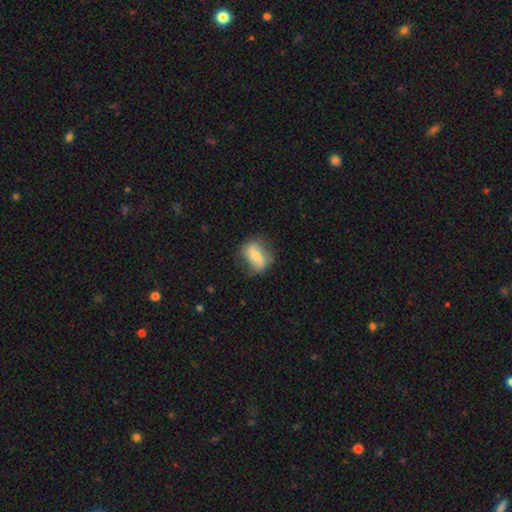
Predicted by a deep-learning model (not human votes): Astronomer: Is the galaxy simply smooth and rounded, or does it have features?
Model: featured or disk — 56% (runner-up: smooth, 37%).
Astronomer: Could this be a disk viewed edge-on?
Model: no — 92%.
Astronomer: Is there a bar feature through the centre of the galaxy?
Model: strong — 40% (runner-up: weak, 34%).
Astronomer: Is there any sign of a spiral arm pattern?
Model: yes — 74%.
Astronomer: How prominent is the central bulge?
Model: moderate — 49% (runner-up: small, 42%).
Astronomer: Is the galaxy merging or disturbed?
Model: none — 65%.